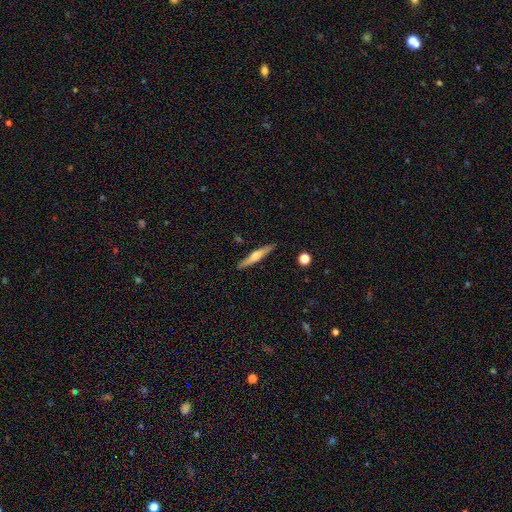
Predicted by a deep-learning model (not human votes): smooth-or-featured: featured or disk: 57% | smooth: 37% | star or artifact: 6%
  disk-edge-on: yes: 97% | no: 3%
    edge-on-bulge: rounded: 83% | none: 9% | boxy: 8%
  merging: none: 89% | minor disturbance: 7% | major disturbance: 2% | merger: 2%